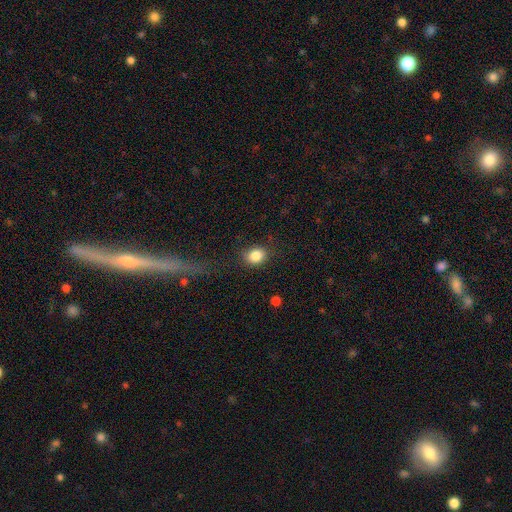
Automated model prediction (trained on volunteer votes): smooth 86%, star or artifact 9%, featured or disk 5%. Down the decision tree: how rounded — round (53%); merging — none (80%).